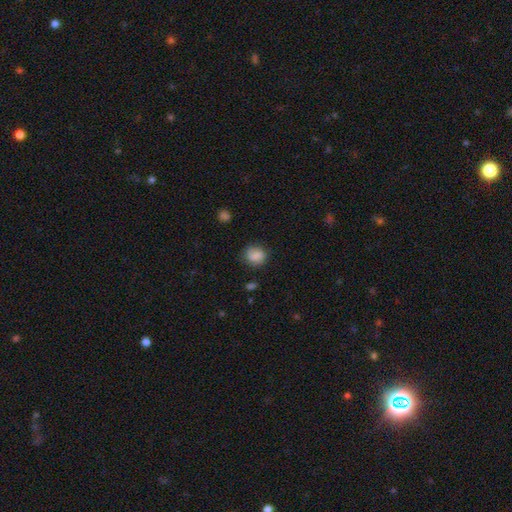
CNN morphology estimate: Smooth or featured? smooth (83%)
How rounded? round (69%)
Merging? none (73%)